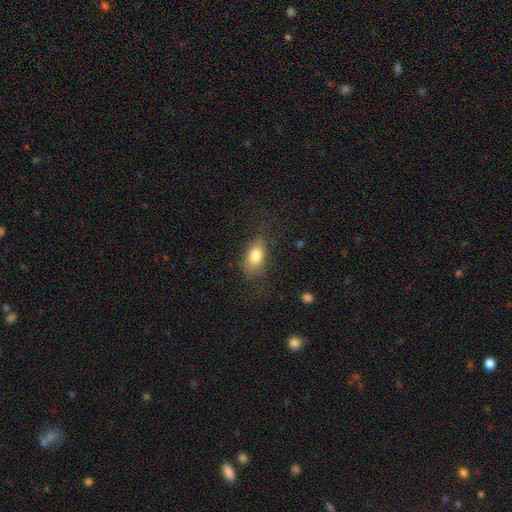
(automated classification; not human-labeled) Overall: smooth (80%). How rounded: in between (86%). Merging: none (69%).